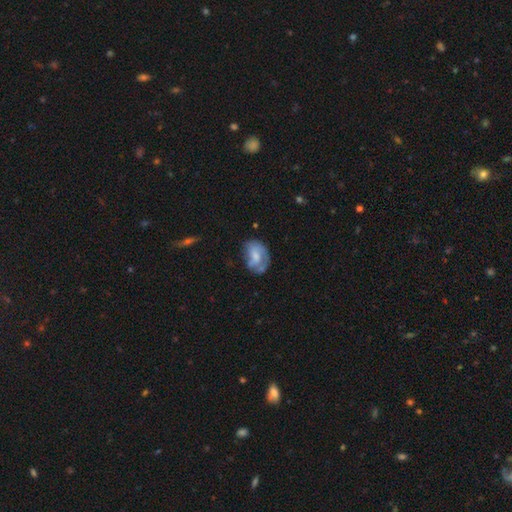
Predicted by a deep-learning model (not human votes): Q: Smooth or featured?
A: featured or disk (49%); runner-up: smooth (44%)
Q: Merging?
A: none (47%); runner-up: minor disturbance (29%)